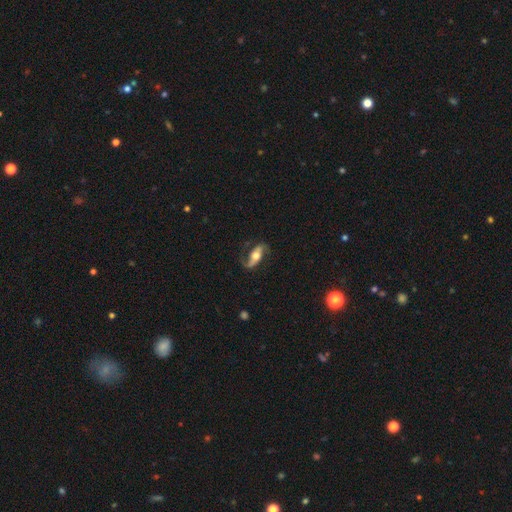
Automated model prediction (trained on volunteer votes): Smooth or featured? Predicted: featured or disk (p=0.80). Edge-on disk? Predicted: no (p=0.88). Bar? Predicted: no (p=0.42). Spiral arms? Predicted: yes (p=0.93). Spiral winding? Predicted: loose (p=0.57). Spiral arm count? Predicted: 2 (p=0.89). Bulge size? Predicted: moderate (p=0.62). Merging? Predicted: none (p=0.72).